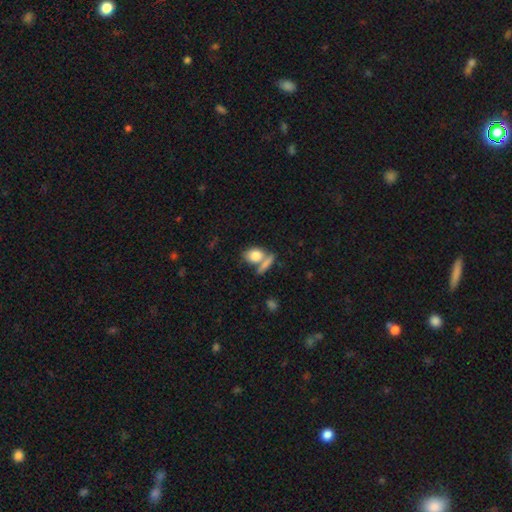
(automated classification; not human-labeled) A smooth galaxy with no disk features (80%) that is in between round and cigar-shaped (65%).

Vote fractions:
- Smooth or featured? smooth: 80% / featured or disk: 12% / star or artifact: 8%
- How rounded? in between: 65% / round: 30% / cigar-shaped: 6%
- Merging? none: 45% / merger: 39% / minor disturbance: 11% / major disturbance: 5%